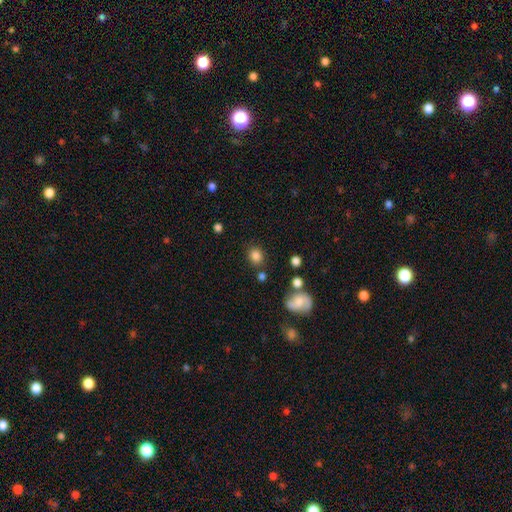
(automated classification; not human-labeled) smooth_or_featured: smooth (p=0.82) [alt: star or artifact p=0.12]
how_rounded: round (p=0.74) [alt: in between p=0.25]
merging: none (p=0.78) [alt: minor disturbance p=0.11]